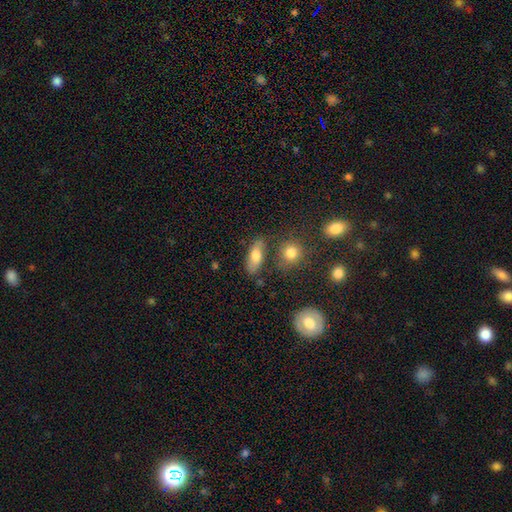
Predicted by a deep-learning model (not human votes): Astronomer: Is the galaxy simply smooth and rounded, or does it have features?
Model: smooth — 73%.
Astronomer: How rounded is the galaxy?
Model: in between — 79%.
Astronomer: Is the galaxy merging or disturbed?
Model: none — 72%.